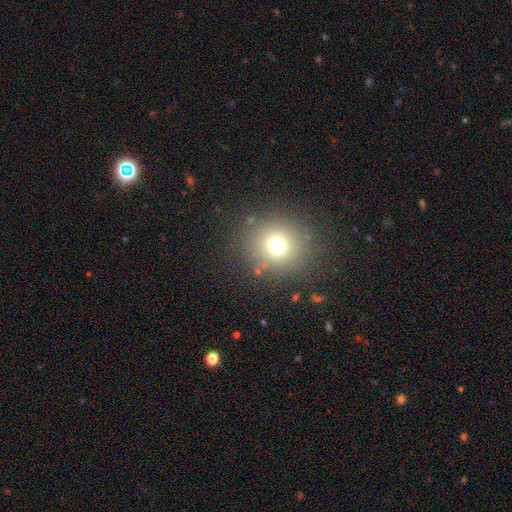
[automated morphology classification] A smooth galaxy with no disk features (66%) that is round (88%).

Vote fractions:
- Smooth or featured? smooth: 66% / star or artifact: 24% / featured or disk: 9%
- How rounded? round: 88% / in between: 11% / cigar-shaped: 1%
- Merging? none: 88% / minor disturbance: 7% / major disturbance: 3% / merger: 2%